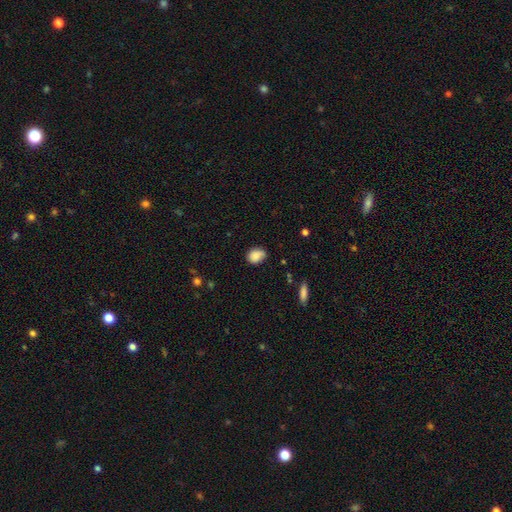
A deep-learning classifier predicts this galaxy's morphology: Smooth or featured: smooth — 86% (star or artifact — 8%)
How rounded: in between — 63% (round — 36%)
Merging: none — 71% (minor disturbance — 23%)